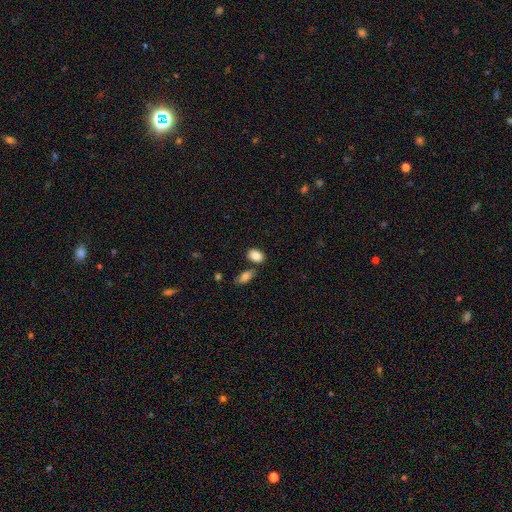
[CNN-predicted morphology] Smooth or featured? smooth (87%)
How rounded? in between (85%)
Merging? none (72%)